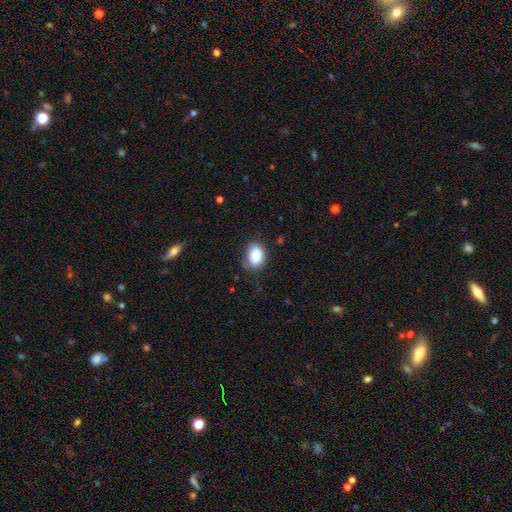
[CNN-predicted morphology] type=smooth (84%); roundness=in between (76%); merging=none (74%).